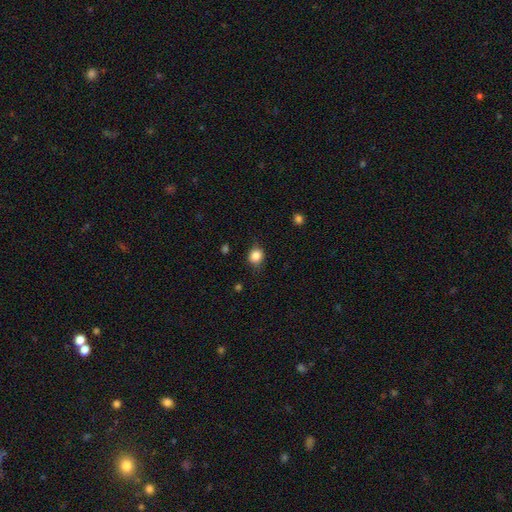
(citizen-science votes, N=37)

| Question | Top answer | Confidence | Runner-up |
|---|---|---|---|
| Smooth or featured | smooth | 92% | star or artifact (8%) |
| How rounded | round | 82% | in between (18%) |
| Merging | none | 88% | minor disturbance (9%) |